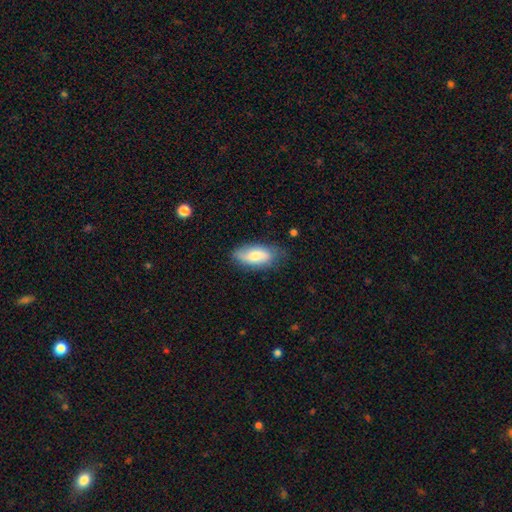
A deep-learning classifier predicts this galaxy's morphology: smooth-or-featured: smooth: 69% | featured or disk: 25% | star or artifact: 6%
  how-rounded: in between: 88% | cigar-shaped: 10% | round: 3%
  merging: none: 70% | minor disturbance: 23% | major disturbance: 5% | merger: 2%